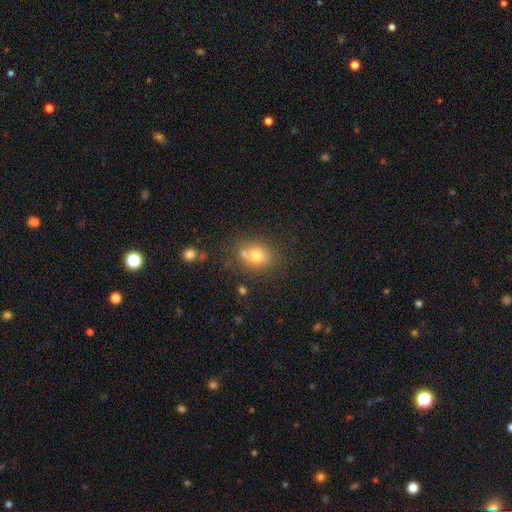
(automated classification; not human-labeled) smooth 73%, star or artifact 14%, featured or disk 13%. Down the decision tree: how rounded — round (63%); merging — none (59%).